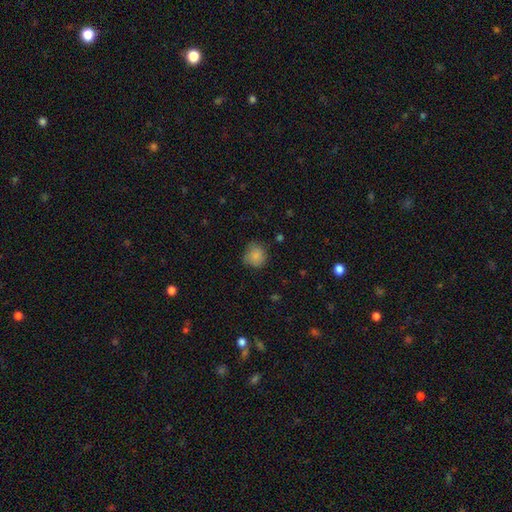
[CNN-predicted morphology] A smooth galaxy with no disk features (83%) that is round (85%). Merging: none (73%).